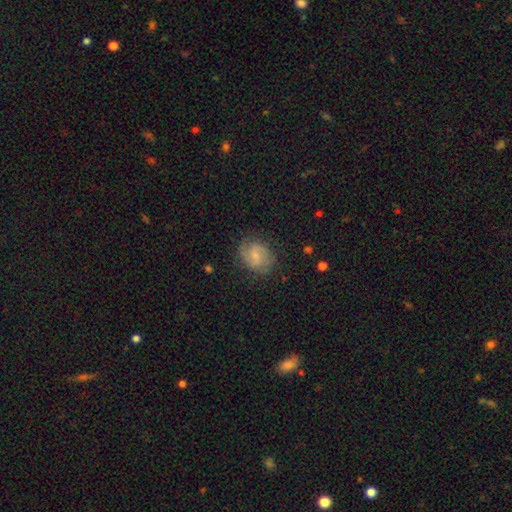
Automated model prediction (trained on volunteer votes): Smooth or featured: featured or disk — 55% (smooth — 37%)
Edge-on disk: no — 98% (yes — 2%)
Bar: weak — 53% (no — 34%)
Spiral arms: yes — 89% (no — 11%)
Bulge size: small — 46% (moderate — 25%)
Merging: none — 76% (minor disturbance — 16%)